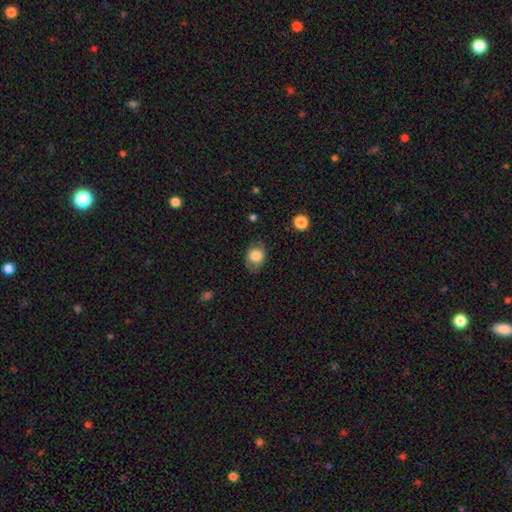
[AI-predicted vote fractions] Morphology: type=smooth (81%); roundness=round (50%); merging=none (74%).